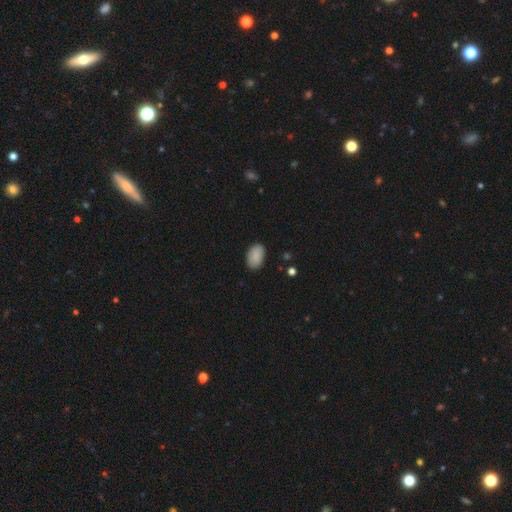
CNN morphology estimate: smooth 88%, star or artifact 7%, featured or disk 5%. Down the decision tree: how rounded — in between (89%); merging — none (85%).